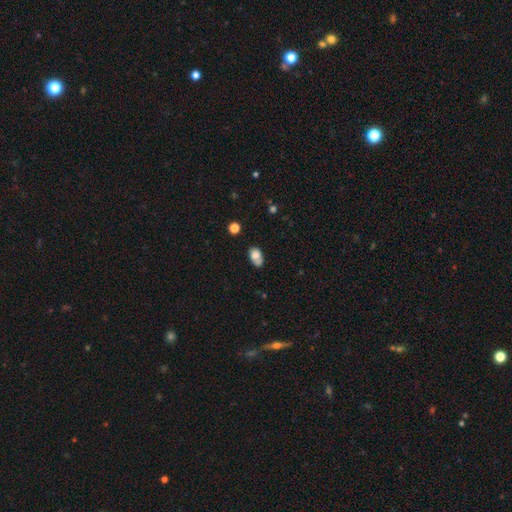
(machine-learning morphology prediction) smooth_or_featured: smooth (p=0.73) [alt: featured or disk p=0.17]
how_rounded: in between (p=0.84) [alt: round p=0.15]
merging: none (p=0.46) [alt: minor disturbance p=0.25]